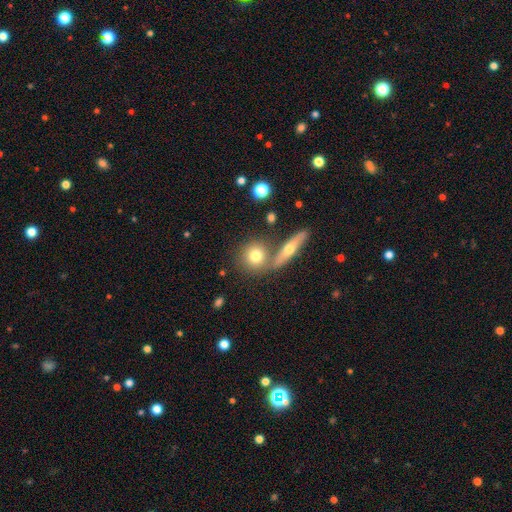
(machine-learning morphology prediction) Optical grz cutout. It shows a smooth galaxy with no disk features (72%) that is round (80%). Merging: none (60%).